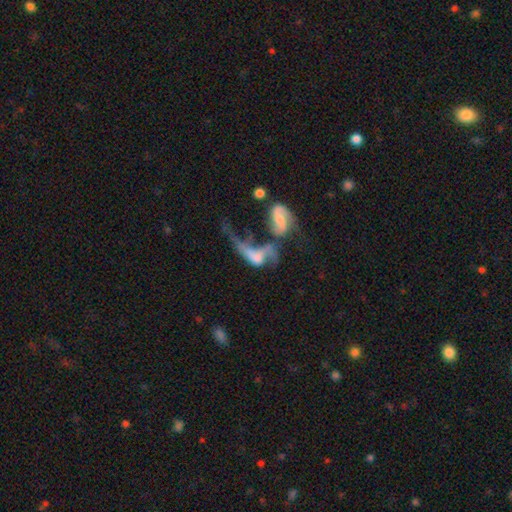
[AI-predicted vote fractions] The model was most divided on "spiral arms": yes: 58%, no: 42%. Remaining: edge-on disk — no (92%); merging — merger (61%); bar — no (60%); smooth or featured — featured or disk (59%); bulge size — none (45%).